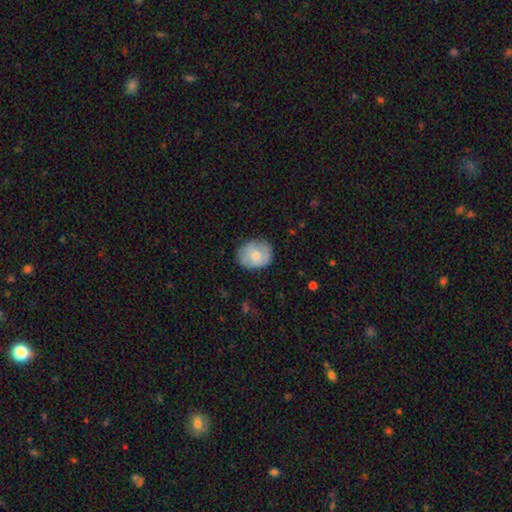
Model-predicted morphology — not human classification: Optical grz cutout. It shows a smooth galaxy with no disk features (64%) that is round (67%). Merging: none (77%).